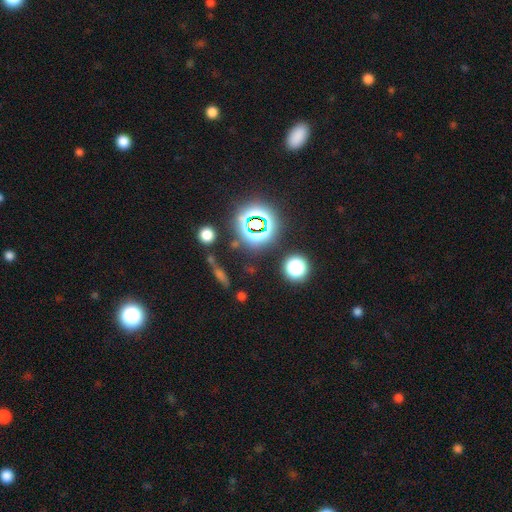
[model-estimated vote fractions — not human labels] smooth-or-featured: star or artifact: 78% | smooth: 14% | featured or disk: 8%